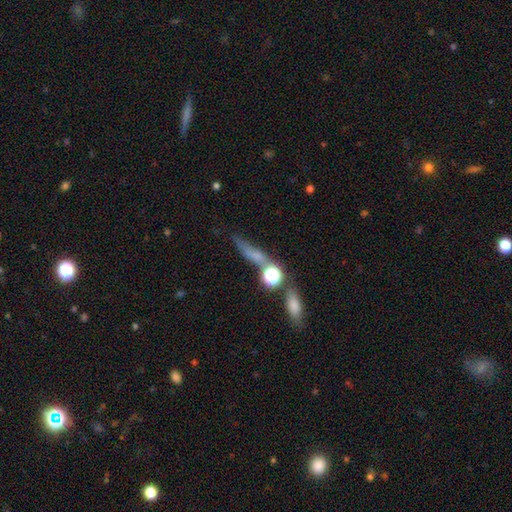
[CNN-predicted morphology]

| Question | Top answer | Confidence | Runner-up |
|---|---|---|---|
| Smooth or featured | smooth | 53% | star or artifact (24%) |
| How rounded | cigar-shaped | 54% | round (24%) |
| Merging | none | 54% | merger (17%) |